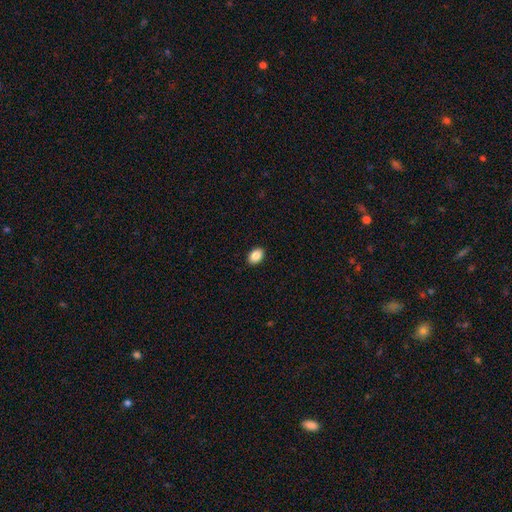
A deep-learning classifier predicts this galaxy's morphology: A smooth galaxy with no disk features (89%) that is in between round and cigar-shaped (80%).

Vote fractions:
- Smooth or featured? smooth: 89% / star or artifact: 8% / featured or disk: 3%
- How rounded? in between: 80% / round: 19% / cigar-shaped: 1%
- Merging? none: 91% / minor disturbance: 7% / major disturbance: 2% / merger: 1%